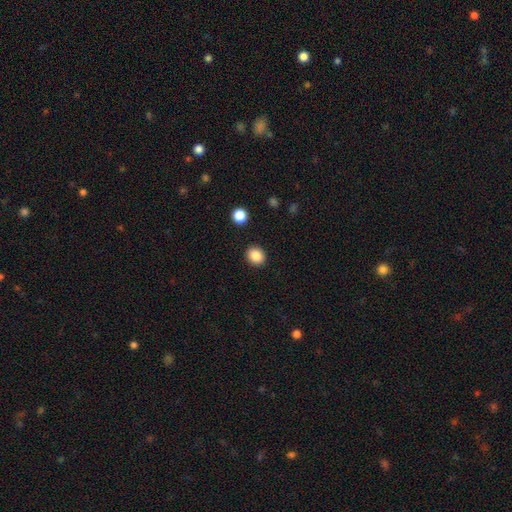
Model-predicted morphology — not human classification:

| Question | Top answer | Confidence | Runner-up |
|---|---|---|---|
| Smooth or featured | smooth | 87% | star or artifact (9%) |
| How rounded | round | 71% | in between (28%) |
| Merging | none | 90% | minor disturbance (6%) |